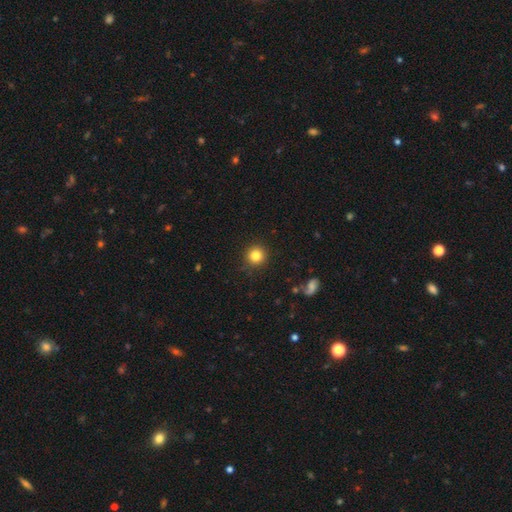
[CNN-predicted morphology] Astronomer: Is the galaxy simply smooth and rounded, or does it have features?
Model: smooth — 83%.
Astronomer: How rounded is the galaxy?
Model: round — 94%.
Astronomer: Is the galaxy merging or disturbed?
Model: none — 90%.